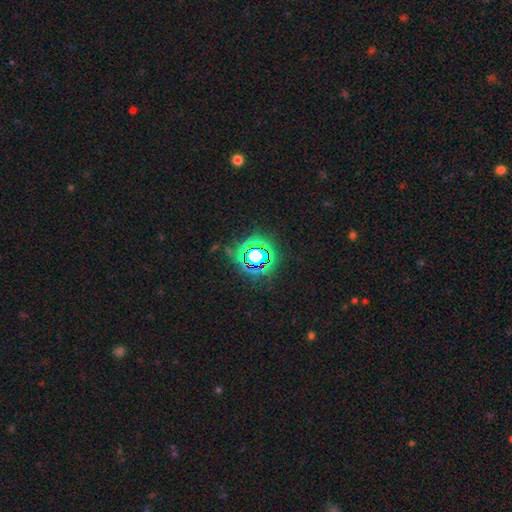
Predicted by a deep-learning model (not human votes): Smooth or featured? Predicted: star or artifact (p=0.71).